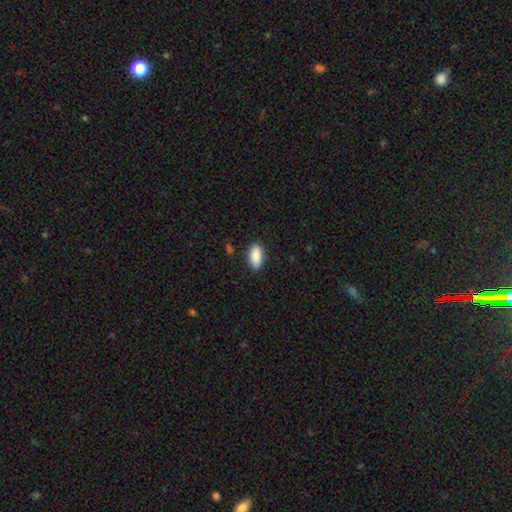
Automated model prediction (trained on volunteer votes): Smooth or featured?
  - smooth: 89% *
  - star or artifact: 7%
  - featured or disk: 4%
How rounded?
  - in between: 92% *
  - cigar-shaped: 5%
  - round: 3%
Merging?
  - none: 87% *
  - minor disturbance: 10%
  - major disturbance: 2%
  - merger: 1%